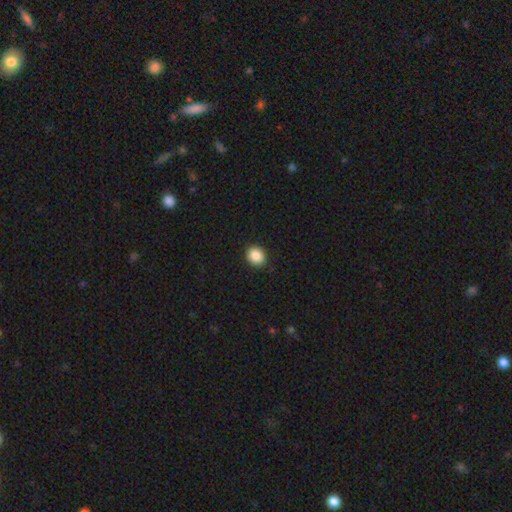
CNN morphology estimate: Smooth or featured? smooth (88%)
How rounded? round (75%)
Merging? none (92%)